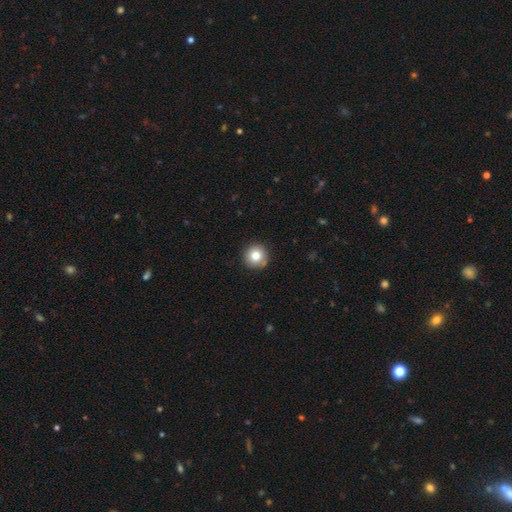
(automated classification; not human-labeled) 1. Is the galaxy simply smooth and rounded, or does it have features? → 79% smooth, 11% star or artifact, 10% featured or disk.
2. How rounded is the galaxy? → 96% round, 3% in between, 1% cigar-shaped.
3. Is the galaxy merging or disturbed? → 88% none, 7% minor disturbance, 2% merger, 2% major disturbance.